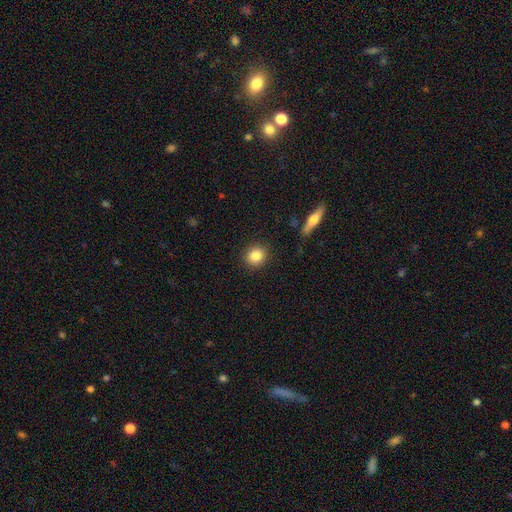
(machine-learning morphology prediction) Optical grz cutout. It shows a smooth galaxy with no disk features (85%) that is round (82%). Merging: none (90%).